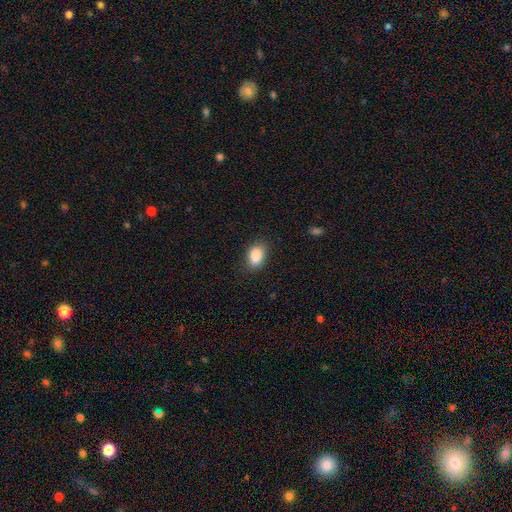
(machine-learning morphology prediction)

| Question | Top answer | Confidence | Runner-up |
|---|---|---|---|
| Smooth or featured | smooth | 89% | star or artifact (8%) |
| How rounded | in between | 85% | round (14%) |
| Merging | none | 83% | minor disturbance (12%) |